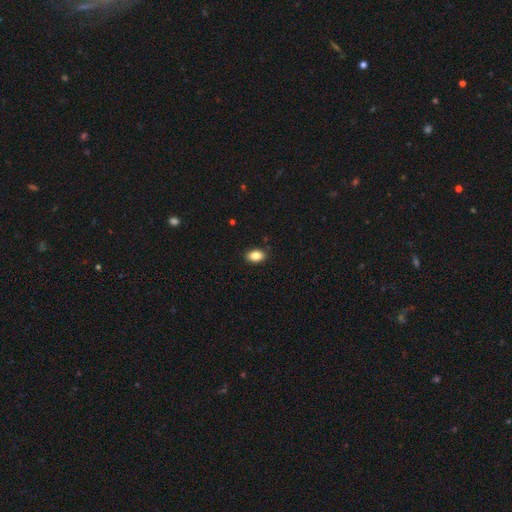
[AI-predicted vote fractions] This appears to be a smooth galaxy with no disk features (85%) that is in between round and cigar-shaped (88%). Merging: none (89%).